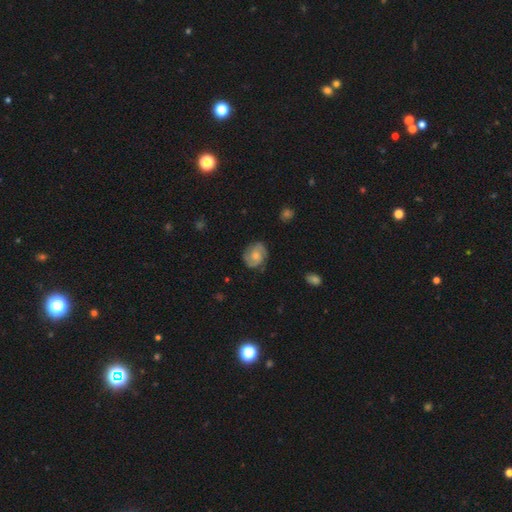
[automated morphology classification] A featured or disk galaxy (68%) with no bar (67%), 2 (74%) tight (46%) spiral arms (93%) and a moderate central bulge (48%). Merging: none (77%).